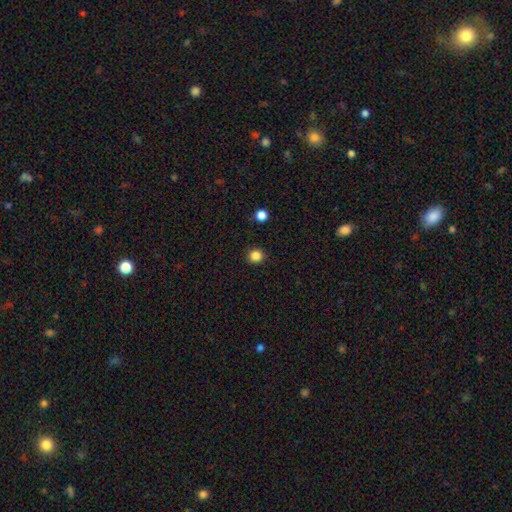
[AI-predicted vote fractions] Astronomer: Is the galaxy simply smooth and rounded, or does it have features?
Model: smooth — 84%.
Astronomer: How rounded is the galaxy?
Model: round — 92%.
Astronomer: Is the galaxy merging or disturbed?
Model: none — 92%.